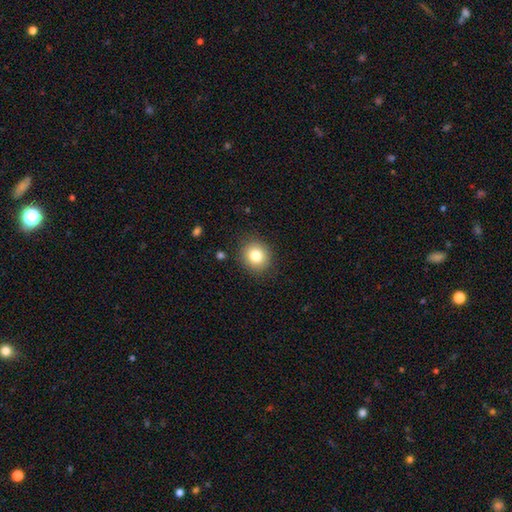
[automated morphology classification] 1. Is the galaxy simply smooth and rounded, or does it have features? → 81% smooth, 11% star or artifact, 8% featured or disk.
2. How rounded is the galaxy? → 84% round, 15% in between, 1% cigar-shaped.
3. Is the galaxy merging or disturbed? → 88% none, 8% minor disturbance, 2% major disturbance, 1% merger.